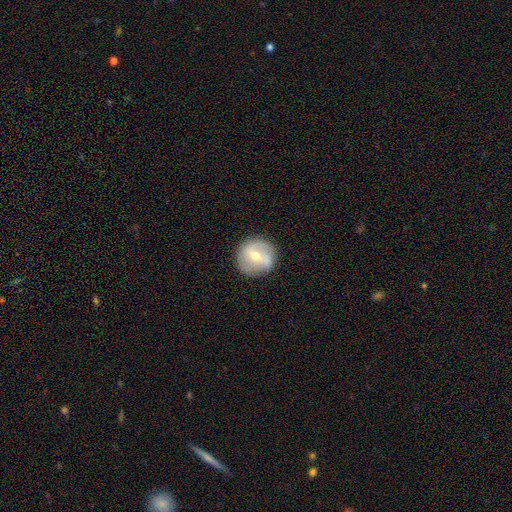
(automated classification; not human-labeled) The model was most divided on "bar": weak: 42%, strong: 38%, no: 20%. More confident: edge-on disk — no (95%); merging — none (82%); smooth or featured — featured or disk (62%); bulge size — moderate (62%); spiral arms — yes (61%).